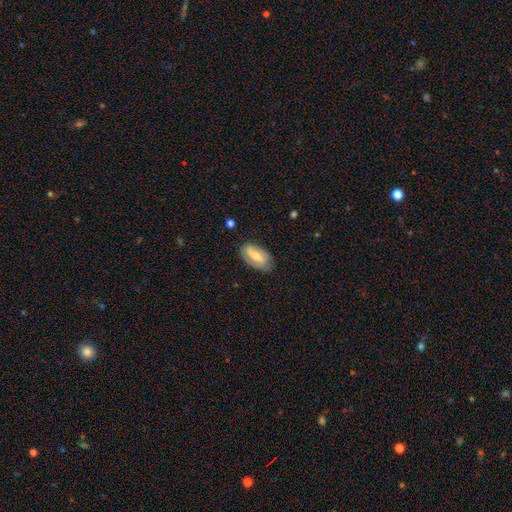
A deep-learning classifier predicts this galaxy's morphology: Smooth or featured?
  - featured or disk: 62% *
  - smooth: 33%
  - star or artifact: 6%
Edge-on disk?
  - no: 90% *
  - yes: 10%
Bar?
  - strong: 52% *
  - weak: 32%
  - no: 16%
Spiral arms?
  - yes: 64% *
  - no: 36%
Bulge size?
  - moderate: 58% *
  - small: 35%
  - large: 4%
  - none: 2%
  - dominant: 1%
Merging?
  - none: 78% *
  - minor disturbance: 17%
  - major disturbance: 4%
  - merger: 1%